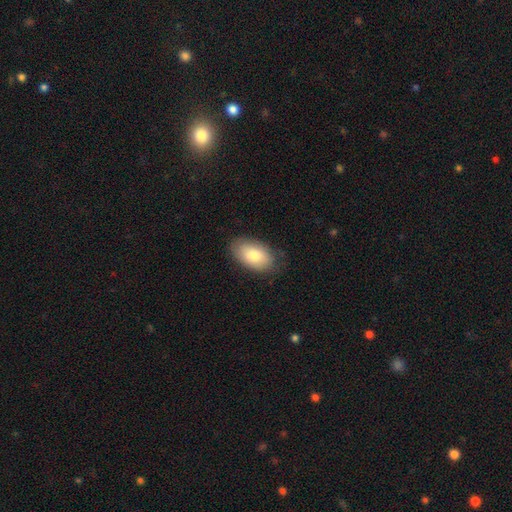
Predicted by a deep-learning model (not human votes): Smooth or featured? smooth (80%)
How rounded? in between (94%)
Merging? none (80%)